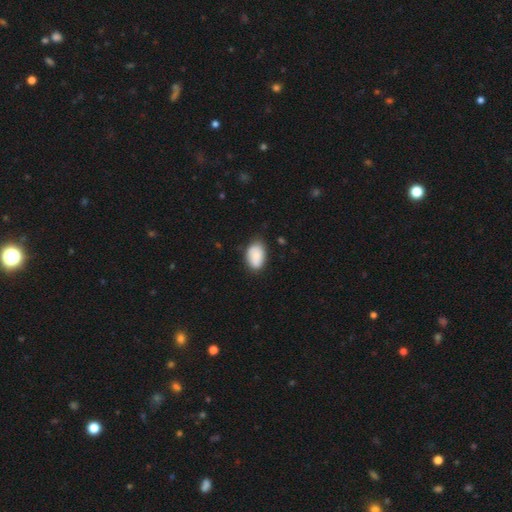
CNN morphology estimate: This is clearly a smooth galaxy (80%). How rounded: clearly in between (88%). Merging: likely none (75%).